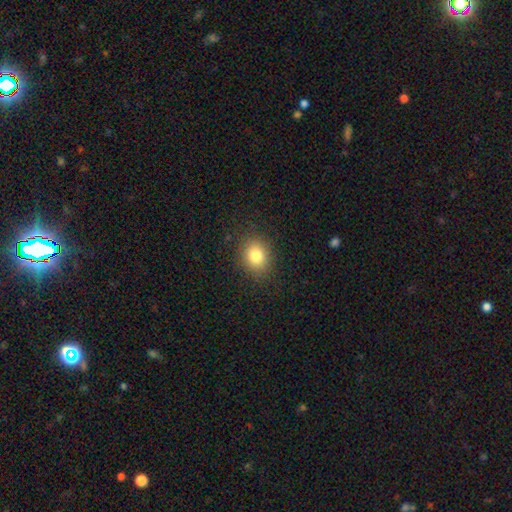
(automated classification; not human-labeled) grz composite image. It shows a smooth galaxy with no disk features (80%) that is round (61%). Merging: none (87%).